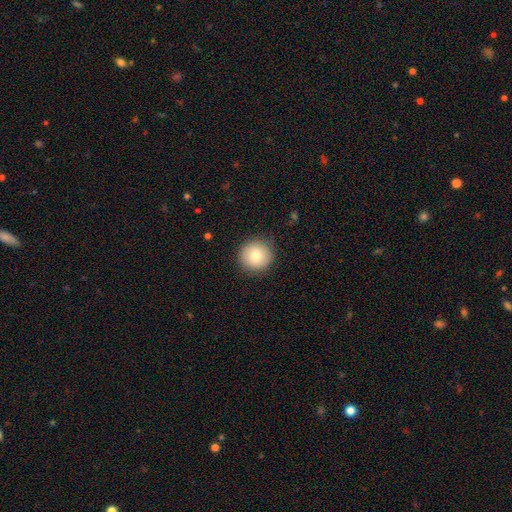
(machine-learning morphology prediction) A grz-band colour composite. It shows a smooth galaxy with no disk features (81%) that is round (93%). Merging: none (87%).